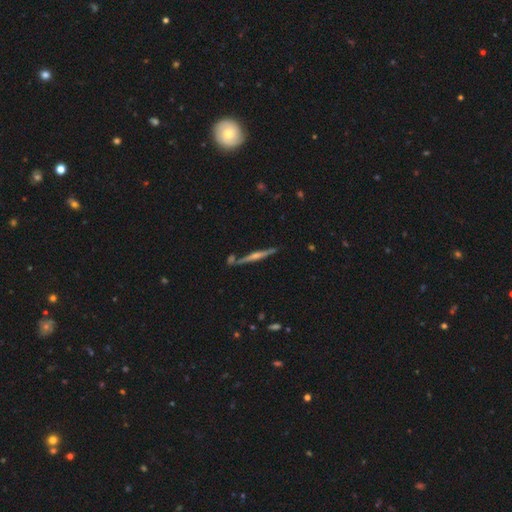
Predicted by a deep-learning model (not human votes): Smooth or featured? Predicted: featured or disk (p=0.78). Edge-on disk? Predicted: yes (p=0.97). Edge-on bulge? Predicted: rounded (p=0.79). Merging? Predicted: none (p=0.83).